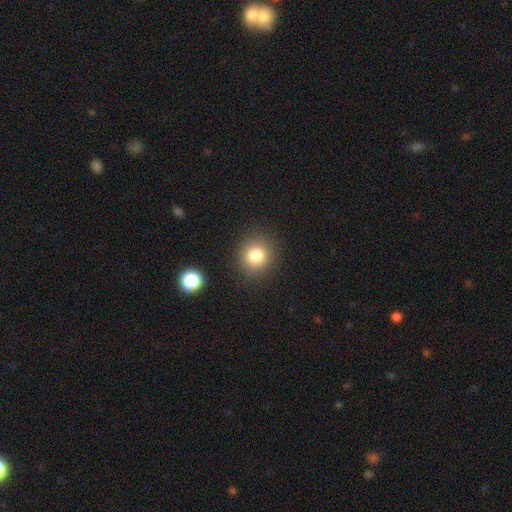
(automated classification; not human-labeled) Q: Smooth or featured?
A: smooth (80%); runner-up: star or artifact (12%)
Q: How rounded?
A: round (87%); runner-up: in between (12%)
Q: Merging?
A: none (87%); runner-up: minor disturbance (8%)